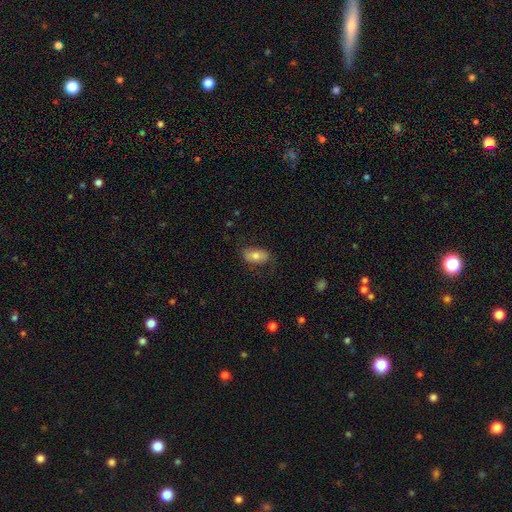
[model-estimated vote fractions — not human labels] A smooth galaxy with no disk features (70%) that is in between round and cigar-shaped (91%). Merging: none (69%).